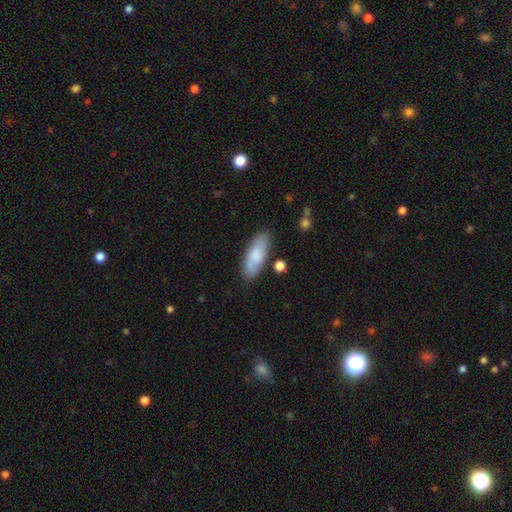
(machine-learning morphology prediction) The model was most divided on "how rounded": in between: 72%, cigar-shaped: 26%, round: 2%. More confident: merging — none (81%); smooth or featured — smooth (78%).